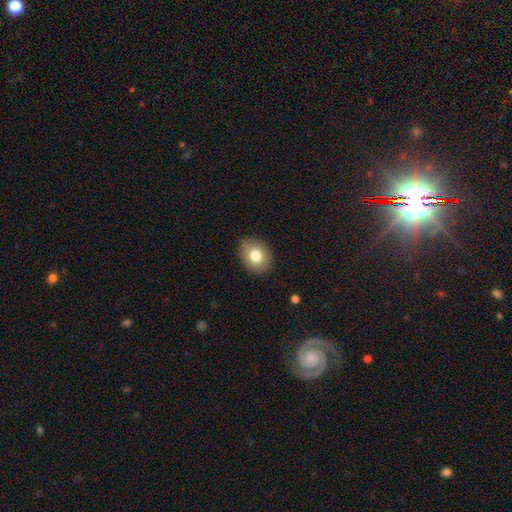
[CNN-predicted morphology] The model was most divided on "how rounded": round: 50%, in between: 49%, cigar-shaped: 1%. More confident: merging — none (83%); smooth or featured — smooth (78%).